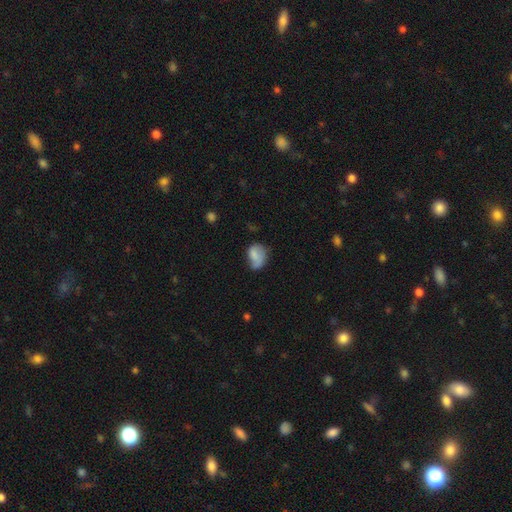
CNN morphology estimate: This is likely a smooth galaxy (69%). How rounded: likely in between (69%). Merging: marginally none (39%).